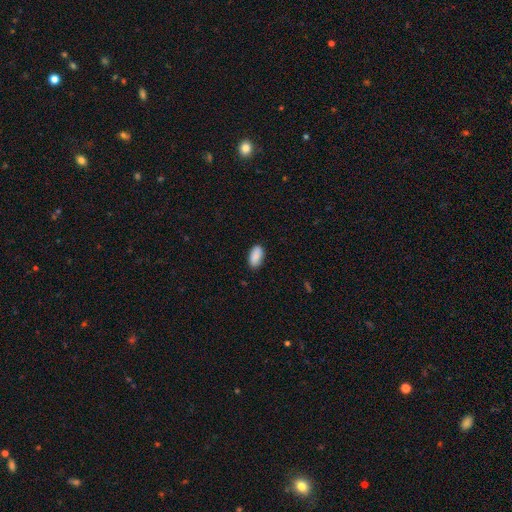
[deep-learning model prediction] This appears to be a smooth galaxy with no disk features (90%) that is in between round and cigar-shaped (93%). Merging: none (86%).